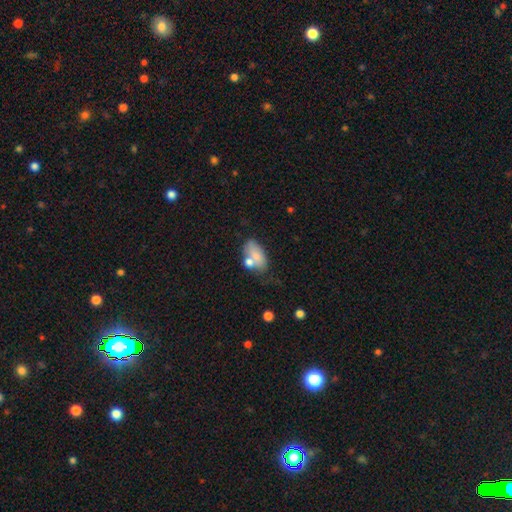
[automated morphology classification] Overall: smooth (73%). How rounded: in between (90%). Merging: none (43%; merger 24%).